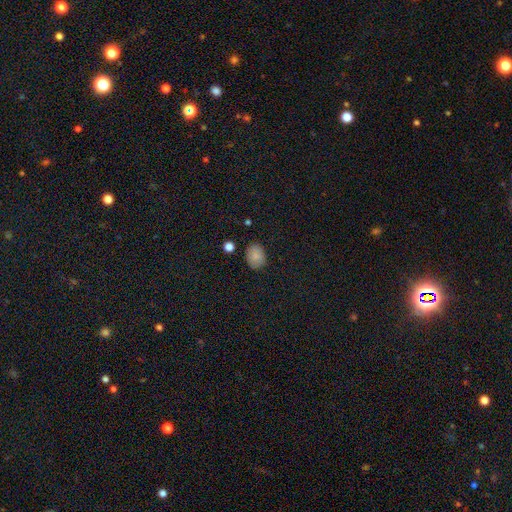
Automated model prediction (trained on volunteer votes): Overall: smooth (85%). How rounded: in between (63%; round 36%). Merging: none (83%).